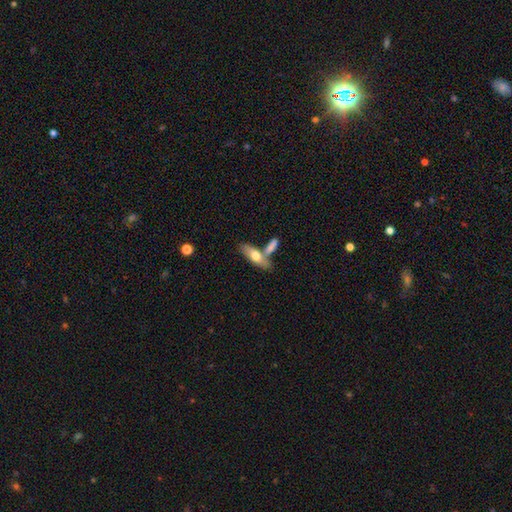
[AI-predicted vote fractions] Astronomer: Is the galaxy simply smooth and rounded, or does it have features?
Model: smooth — 64%.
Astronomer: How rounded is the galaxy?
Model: in between — 58% (runner-up: cigar-shaped, 40%).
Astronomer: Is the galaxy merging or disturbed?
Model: none — 49% (runner-up: merger, 35%).